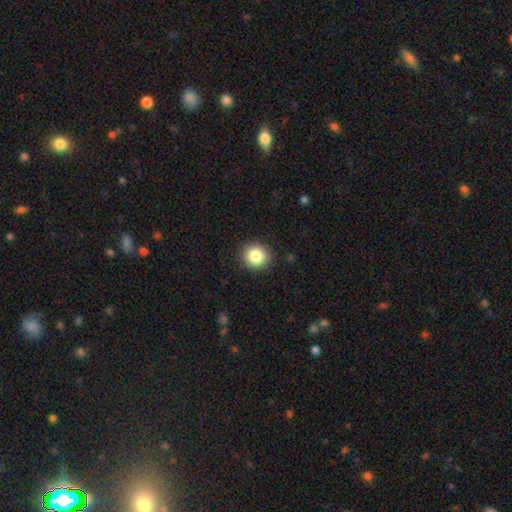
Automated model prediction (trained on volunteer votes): smooth 85%, star or artifact 10%, featured or disk 5%. Down the decision tree: how rounded — round (91%); merging — none (91%).